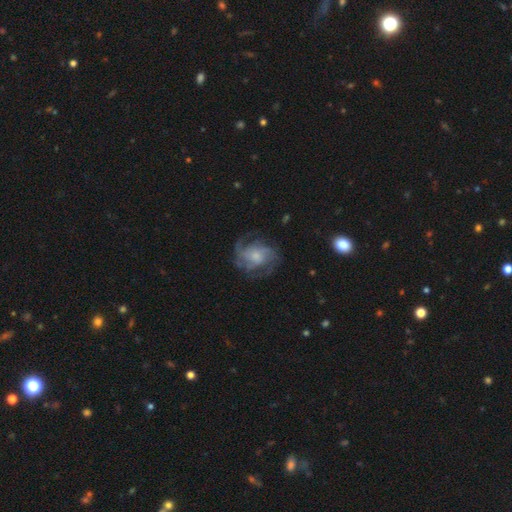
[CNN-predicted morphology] smooth_or_featured: featured or disk (p=0.75) [alt: smooth p=0.18]
disk_edge_on: no (p=0.98) [alt: yes p=0.02]
bar: no (p=0.67) [alt: weak p=0.28]
has_spiral_arms: yes (p=0.91) [alt: no p=0.09]
spiral_winding: medium (p=0.47) [alt: tight p=0.29]
spiral_arm_count: 2 (p=0.30) [alt: 3 p=0.25]
bulge_size: small (p=0.40) [alt: moderate p=0.36]
merging: none (p=0.64) [alt: minor disturbance p=0.19]